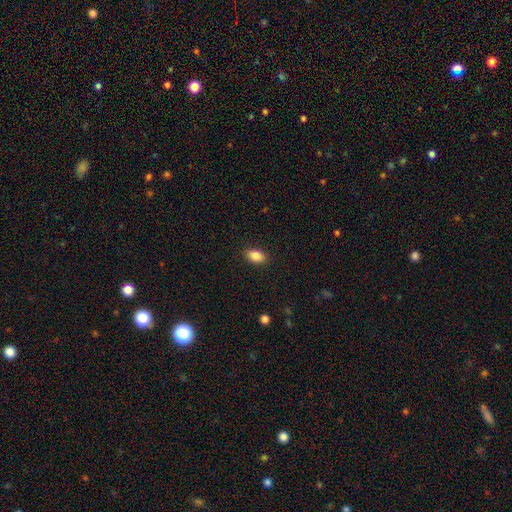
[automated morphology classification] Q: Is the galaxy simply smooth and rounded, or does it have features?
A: smooth — 87%.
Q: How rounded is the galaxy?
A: in between — 89%.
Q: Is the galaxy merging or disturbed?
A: none — 89%.